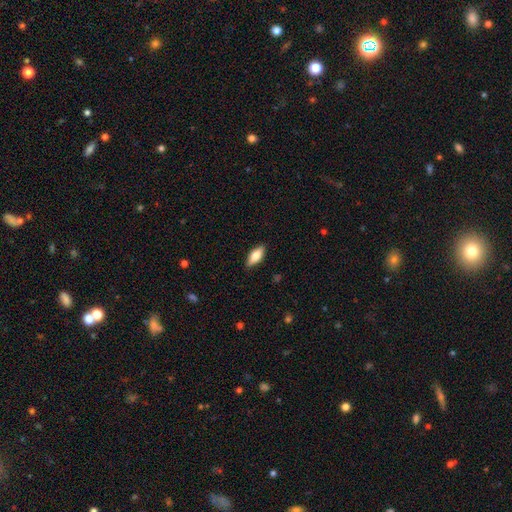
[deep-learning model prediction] Smooth or featured? smooth (75%)
How rounded? in between (78%)
Merging? none (87%)